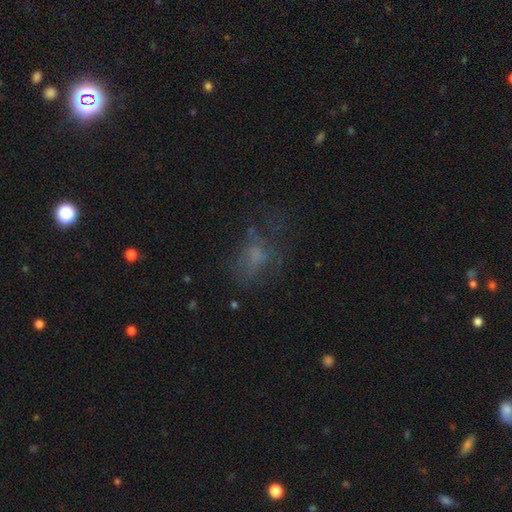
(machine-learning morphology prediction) smooth 48%, featured or disk 30%, star or artifact 22%. Down the decision tree: merging — none (46%).